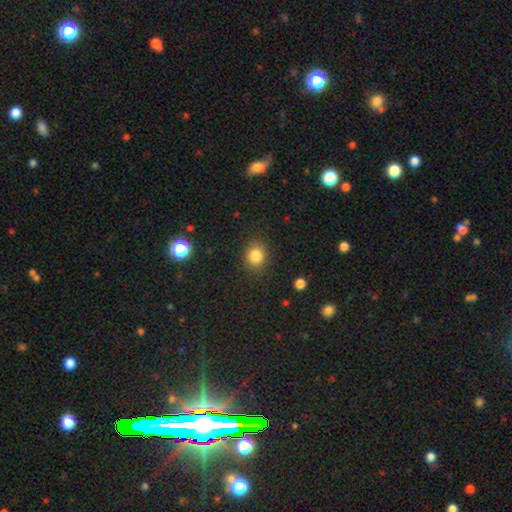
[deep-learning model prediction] The model was most divided on "how rounded": round: 75%, in between: 24%, cigar-shaped: 1%. More confident: merging — none (86%); smooth or featured — smooth (83%).